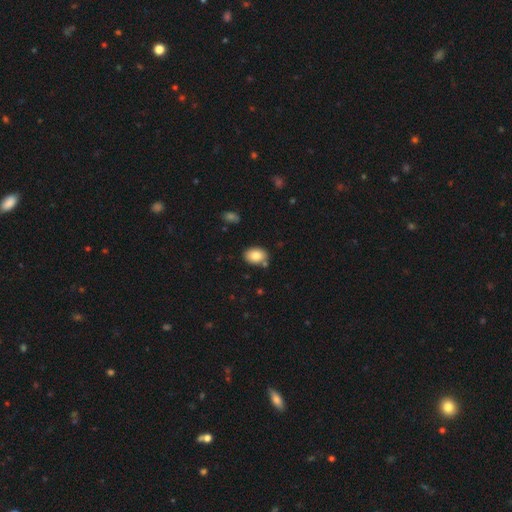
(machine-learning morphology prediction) This is clearly a smooth galaxy (82%). How rounded: likely in between (78%). Merging: likely none (79%).